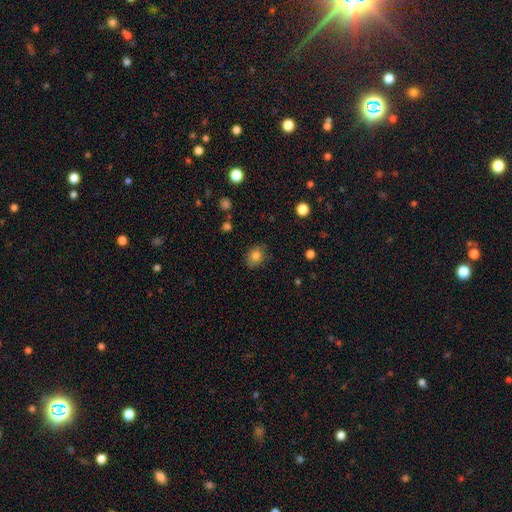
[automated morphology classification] smooth 80%, star or artifact 10%, featured or disk 10%. Down the decision tree: how rounded — in between (55%); merging — none (82%).